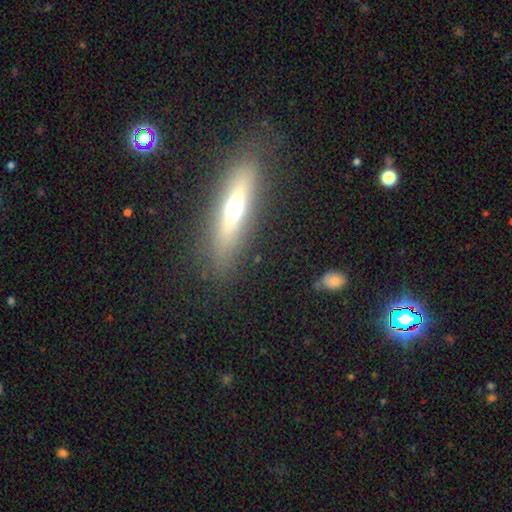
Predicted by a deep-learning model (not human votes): A featured or disk galaxy (53%) viewed edge-on (84%).

Vote fractions:
- Smooth or featured? featured or disk: 53% / smooth: 38% / star or artifact: 9%
- Edge-on disk? yes: 84% / no: 16%
- Merging? none: 84% / minor disturbance: 11% / major disturbance: 3% / merger: 2%